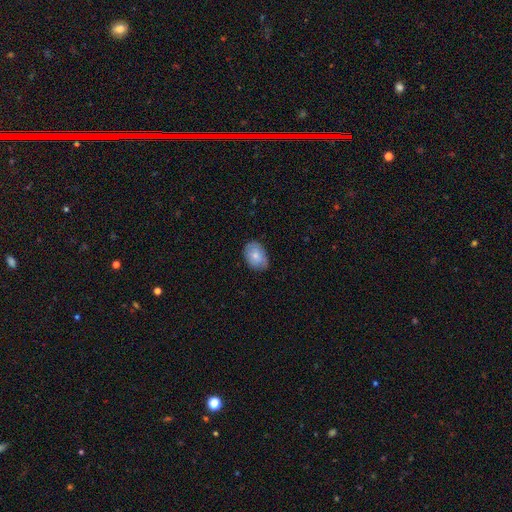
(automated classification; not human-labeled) Smooth or featured: smooth — 75% (featured or disk — 18%)
How rounded: in between — 79% (round — 20%)
Merging: none — 75% (minor disturbance — 21%)